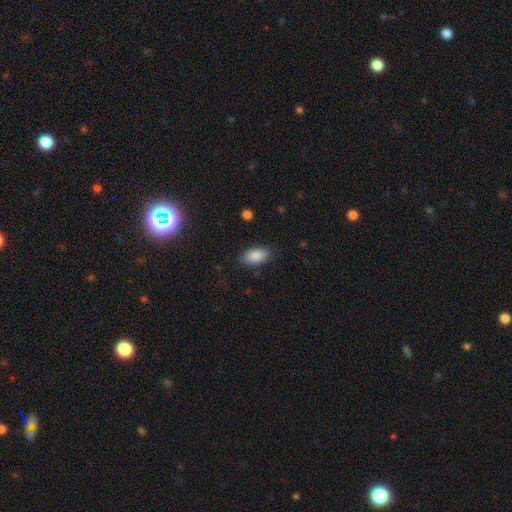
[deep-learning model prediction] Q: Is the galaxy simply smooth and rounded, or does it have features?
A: smooth — 88%.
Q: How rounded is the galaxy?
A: in between — 93%.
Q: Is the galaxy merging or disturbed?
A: none — 84%.